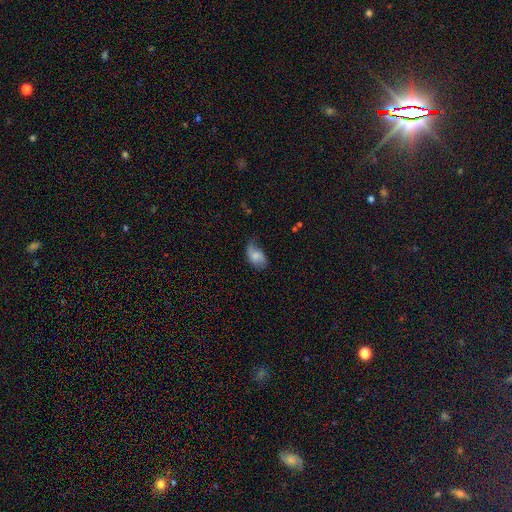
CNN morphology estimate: This is likely a smooth galaxy (64%). How rounded: clearly in between (90%). Merging: possibly none (47%).